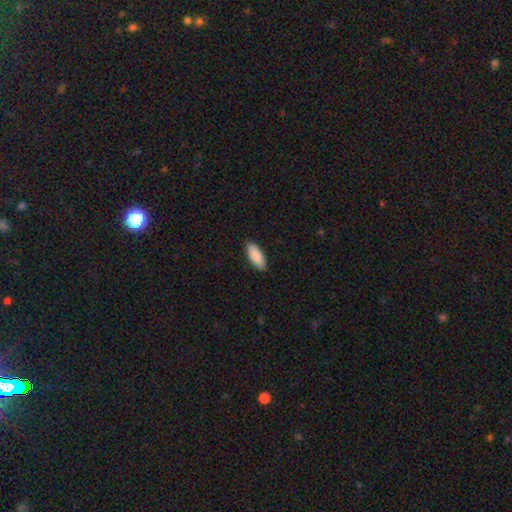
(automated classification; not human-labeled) Smooth or featured: smooth — 88% (featured or disk — 6%)
How rounded: in between — 82% (cigar-shaped — 16%)
Merging: none — 89% (minor disturbance — 9%)